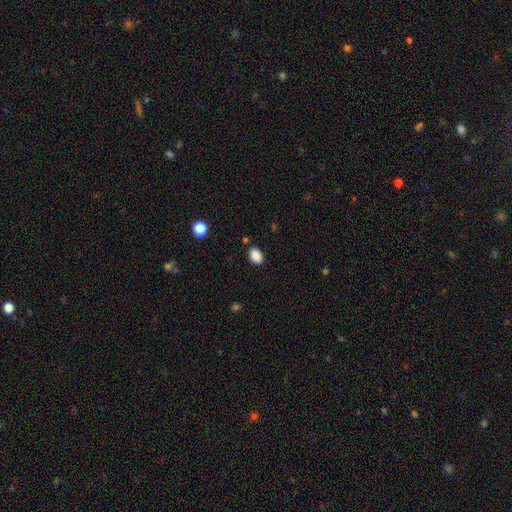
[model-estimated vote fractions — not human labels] smooth_or_featured: smooth (p=0.88) [alt: star or artifact p=0.09]
how_rounded: in between (p=0.75) [alt: round p=0.24]
merging: none (p=0.84) [alt: minor disturbance p=0.11]